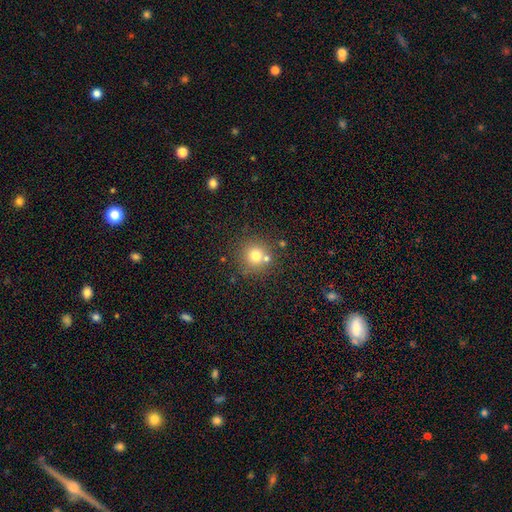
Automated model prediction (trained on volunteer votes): A smooth galaxy with no disk features (73%) that is round (93%).

Vote fractions:
- Smooth or featured? smooth: 73% / star or artifact: 15% / featured or disk: 12%
- How rounded? round: 93% / in between: 6% / cigar-shaped: 1%
- Merging? none: 71% / merger: 17% / minor disturbance: 9% / major disturbance: 3%